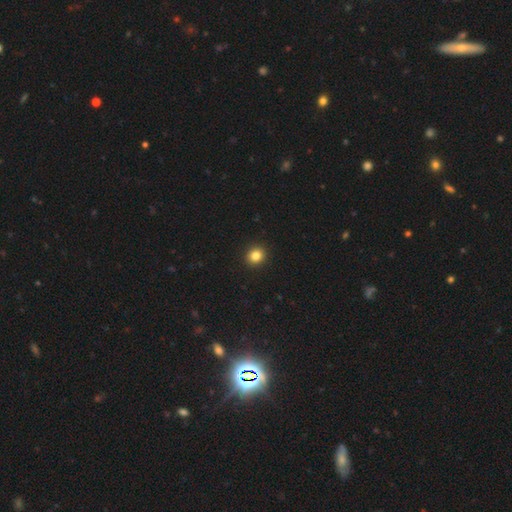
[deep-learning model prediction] The model was most divided on "how rounded": round: 85%, in between: 14%, cigar-shaped: 1%. More confident: merging — none (93%); smooth or featured — smooth (84%).